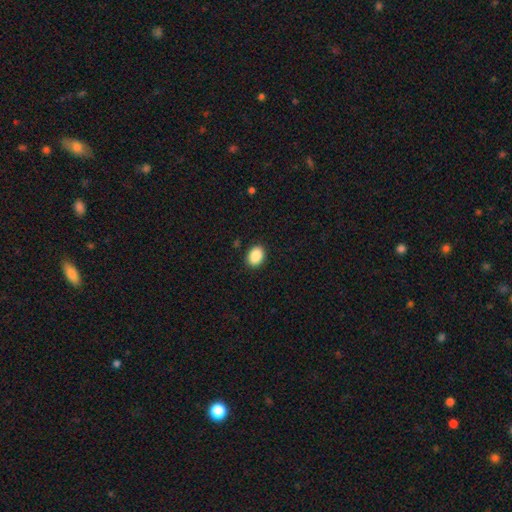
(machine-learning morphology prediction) smooth-or-featured: smooth: 90% | star or artifact: 7% | featured or disk: 3%
  how-rounded: in between: 74% | round: 25% | cigar-shaped: 1%
  merging: none: 90% | minor disturbance: 7% | major disturbance: 2% | merger: 1%